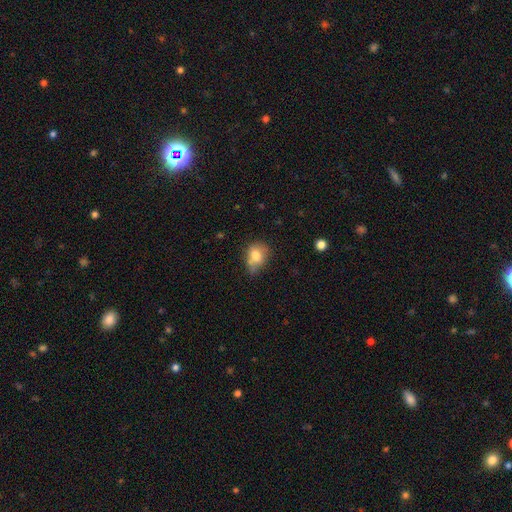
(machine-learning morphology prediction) smooth_or_featured: smooth (p=0.74) [alt: featured or disk p=0.16]
how_rounded: in between (p=0.53) [alt: round p=0.46]
merging: none (p=0.45) [alt: minor disturbance p=0.32]